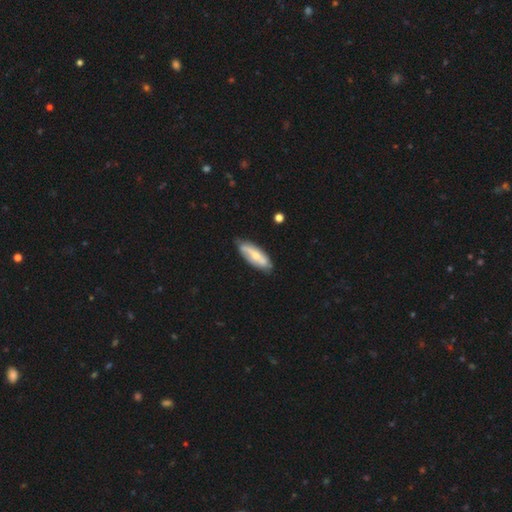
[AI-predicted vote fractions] featured or disk 53%, smooth 42%, star or artifact 5%. Down the decision tree: edge-on disk — no (76%); merging — none (74%).